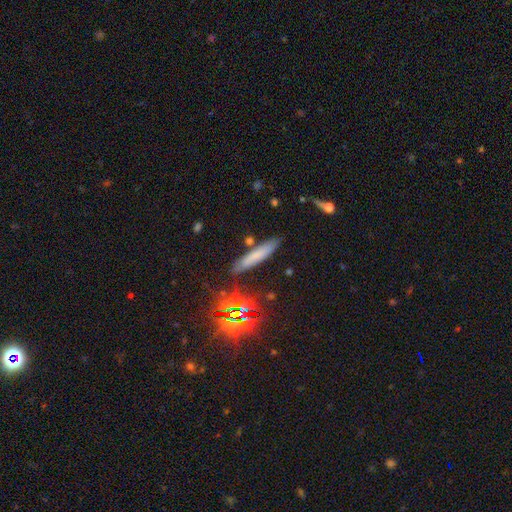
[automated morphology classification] This is likely a smooth galaxy (65%). How rounded: clearly cigar-shaped (87%). Merging: clearly none (81%).